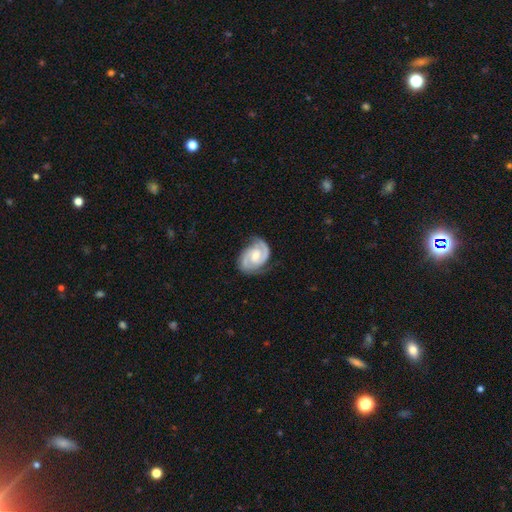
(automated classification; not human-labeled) Overall: featured or disk (89%). Edge-on disk: no (98%). Bar: no (46%; weak 44%). Spiral arms: yes (98%). Spiral arm count: 2 (89%). Spiral winding: tight (52%; medium 41%). Bulge size: moderate (57%; small 33%). Merging: none (75%).